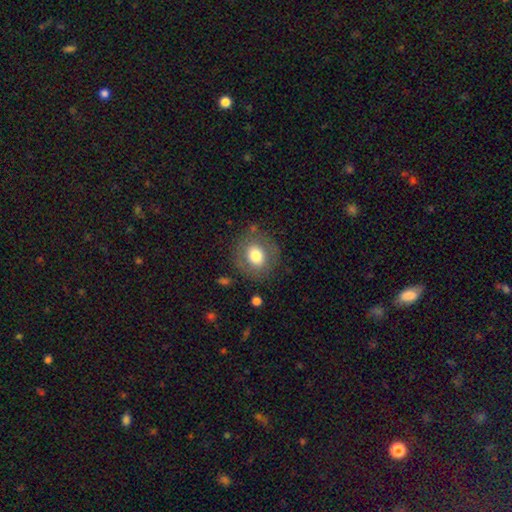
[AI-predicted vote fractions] Smooth or featured? Predicted: smooth (p=0.70). How rounded? Predicted: round (p=0.73). Merging? Predicted: none (p=0.80).